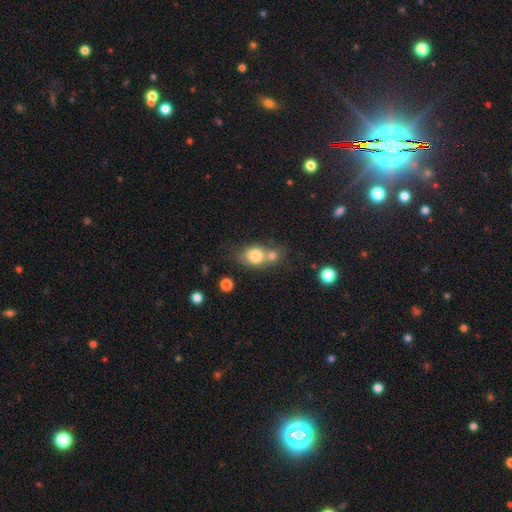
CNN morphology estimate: A smooth galaxy with no disk features (78%) that is round (53%).

Vote fractions:
- Smooth or featured? smooth: 78% / featured or disk: 13% / star or artifact: 9%
- How rounded? round: 53% / in between: 45% / cigar-shaped: 2%
- Merging? merger: 48% / none: 35% / minor disturbance: 11% / major disturbance: 5%